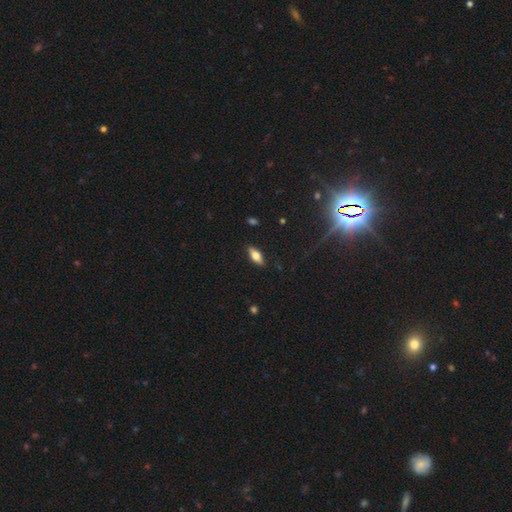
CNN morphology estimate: smooth_or_featured: smooth (p=0.61) [alt: featured or disk p=0.31]
how_rounded: in between (p=0.74) [alt: cigar-shaped p=0.23]
merging: none (p=0.88) [alt: minor disturbance p=0.09]